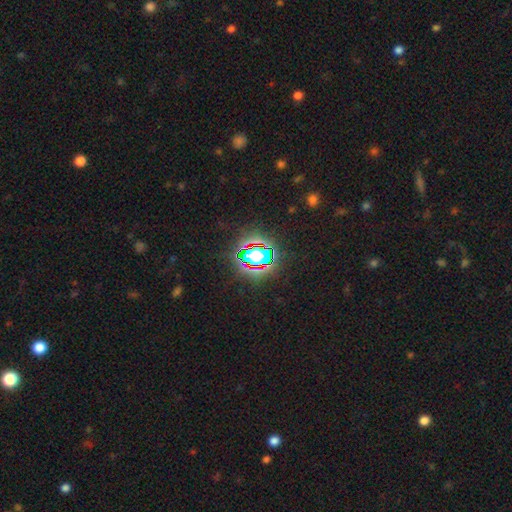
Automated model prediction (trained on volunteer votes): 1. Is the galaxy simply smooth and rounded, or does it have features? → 71% star or artifact, 19% smooth, 11% featured or disk.